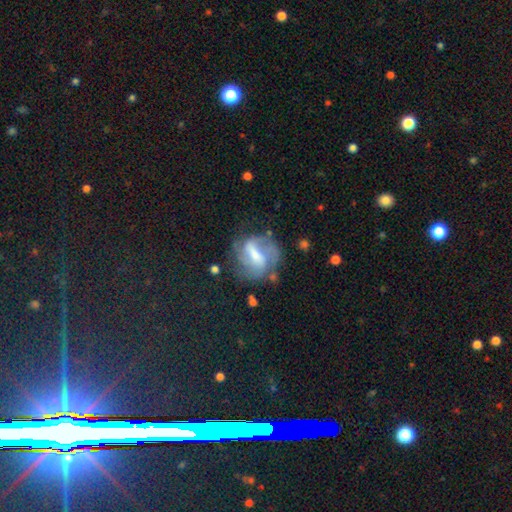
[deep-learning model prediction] Q: Smooth or featured?
A: featured or disk (74%); runner-up: smooth (17%)
Q: Edge-on disk?
A: no (96%); runner-up: yes (4%)
Q: Bar?
A: strong (43%); tied with: weak (43%)
Q: Spiral arms?
A: yes (88%); runner-up: no (12%)
Q: Spiral winding?
A: medium (45%); runner-up: tight (35%)
Q: Spiral arm count?
A: 2 (42%); runner-up: can't tell (26%)
Q: Bulge size?
A: moderate (43%); runner-up: small (37%)
Q: Merging?
A: none (59%); runner-up: minor disturbance (21%)